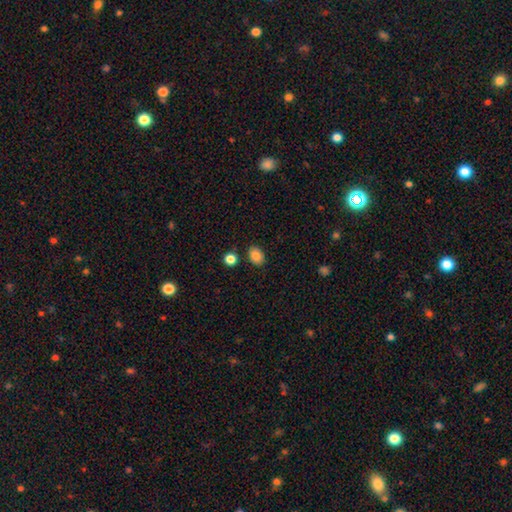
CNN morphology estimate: This is clearly a smooth galaxy (85%). How rounded: likely in between (69%). Merging: clearly none (84%).